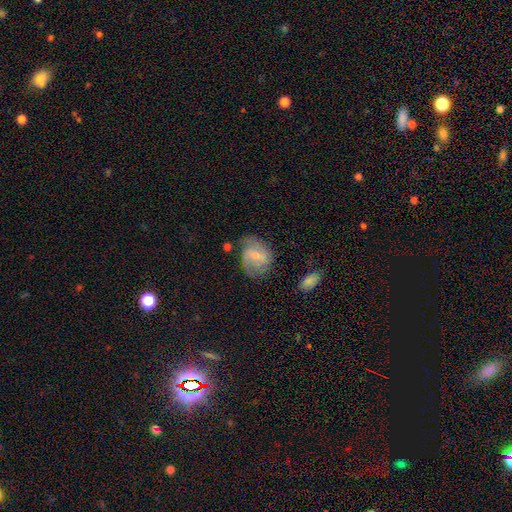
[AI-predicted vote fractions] Smooth or featured: featured or disk — 54% (smooth — 38%)
Edge-on disk: no — 97% (yes — 3%)
Bar: no — 47% (weak — 45%)
Spiral arms: yes — 84% (no — 16%)
Bulge size: small — 47% (moderate — 35%)
Merging: none — 53% (minor disturbance — 28%)